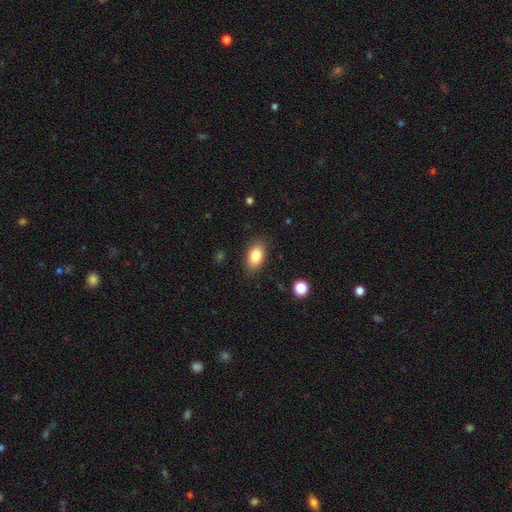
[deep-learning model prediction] A smooth galaxy with no disk features (83%) that is in between round and cigar-shaped (89%). Merging: none (85%).